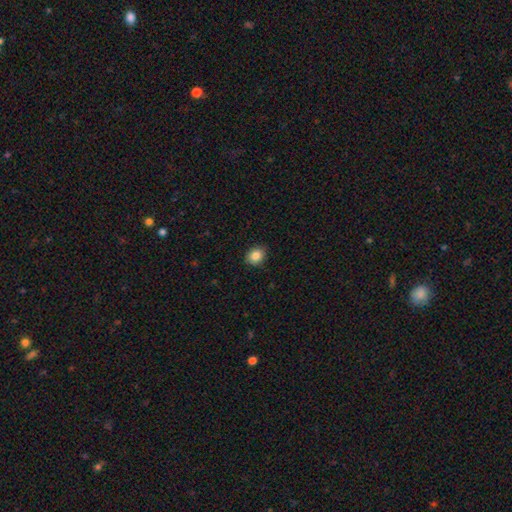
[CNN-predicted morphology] smooth_or_featured: smooth (p=0.85) [alt: star or artifact p=0.09]
how_rounded: round (p=0.62) [alt: in between p=0.38]
merging: none (p=0.88) [alt: minor disturbance p=0.09]